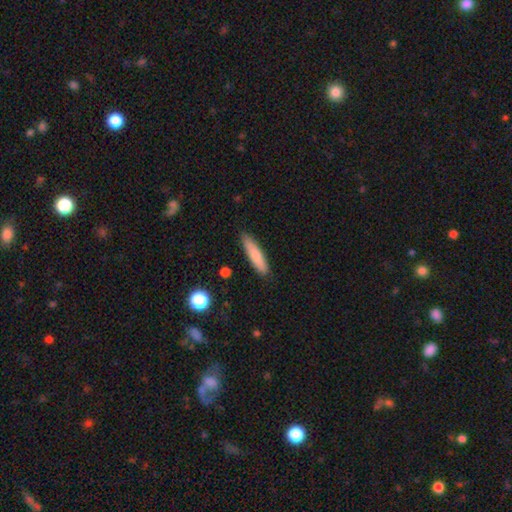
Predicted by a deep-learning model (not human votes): Smooth or featured?
  - smooth: 78% *
  - featured or disk: 16%
  - star or artifact: 6%
How rounded?
  - cigar-shaped: 83% *
  - in between: 15%
  - round: 2%
Merging?
  - none: 87% *
  - minor disturbance: 10%
  - major disturbance: 2%
  - merger: 1%